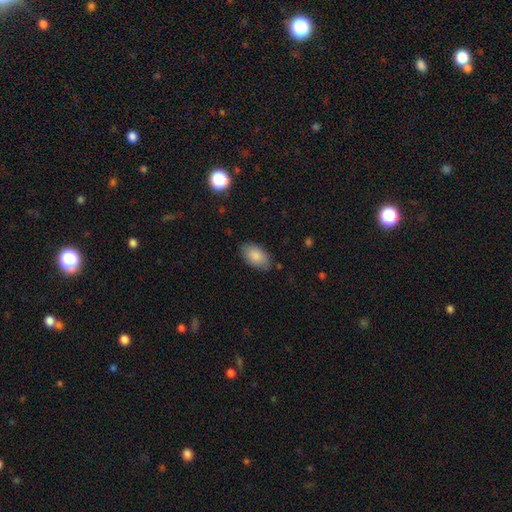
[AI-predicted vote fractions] Overall: smooth (86%). How rounded: in between (93%). Merging: none (81%).